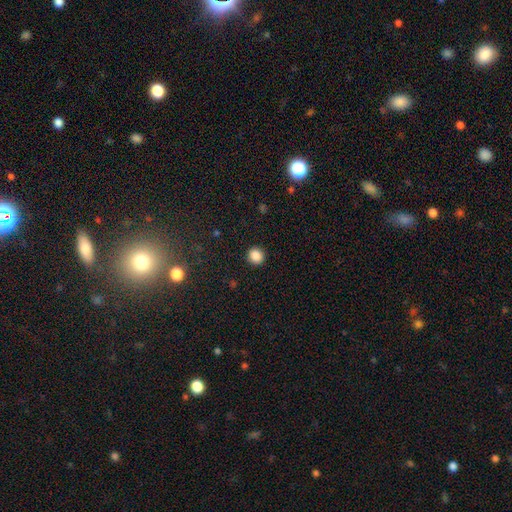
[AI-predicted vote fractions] Smooth or featured? smooth (86%)
How rounded? round (88%)
Merging? none (91%)